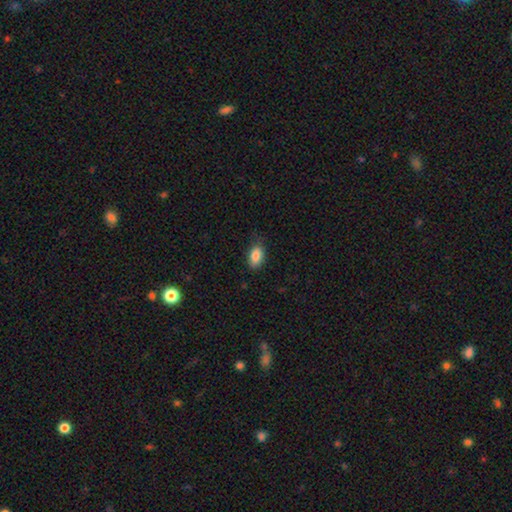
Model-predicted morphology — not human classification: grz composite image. It shows a smooth galaxy with no disk features (86%) that is in between round and cigar-shaped (90%). Merging: none (76%).